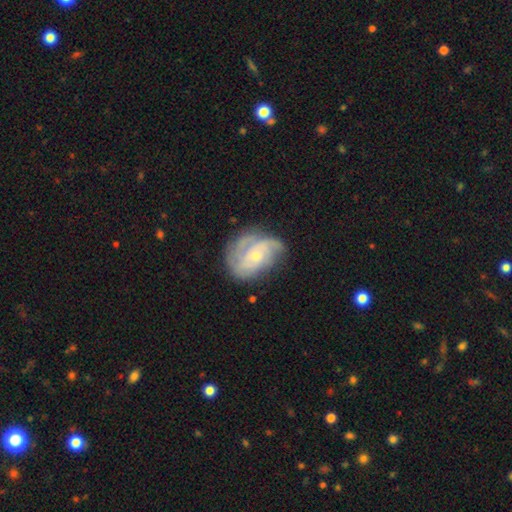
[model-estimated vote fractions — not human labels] featured or disk 79%, smooth 15%, star or artifact 6%. Down the decision tree: edge-on disk — no (97%); bar — no (66%); spiral arms — yes (92%); spiral arm count — 3 (30%); spiral winding — tight (48%); bulge size — small (60%); merging — none (60%).